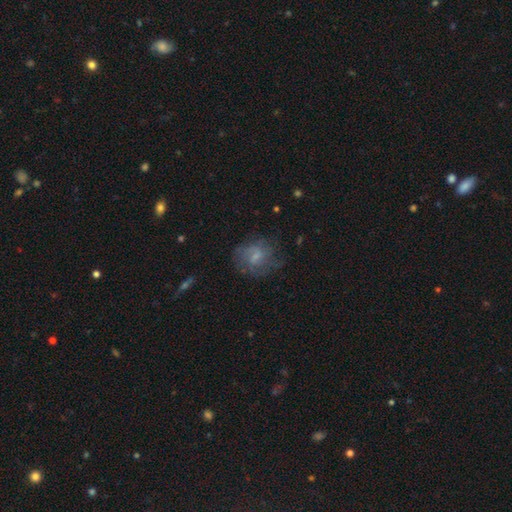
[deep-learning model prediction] Smooth or featured?
  - featured or disk: 48% *
  - smooth: 42%
  - star or artifact: 10%
Merging?
  - none: 60% *
  - minor disturbance: 22%
  - major disturbance: 16%
  - merger: 2%